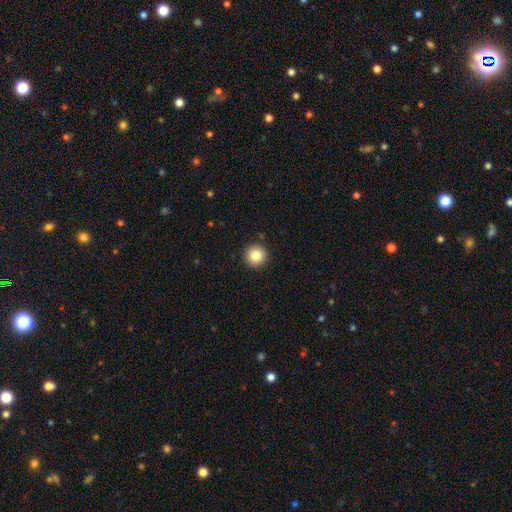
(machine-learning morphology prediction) Smooth or featured?
  - smooth: 85% *
  - star or artifact: 9%
  - featured or disk: 6%
How rounded?
  - round: 96% *
  - in between: 3%
  - cigar-shaped: 1%
Merging?
  - none: 93% *
  - minor disturbance: 5%
  - major disturbance: 2%
  - merger: 1%